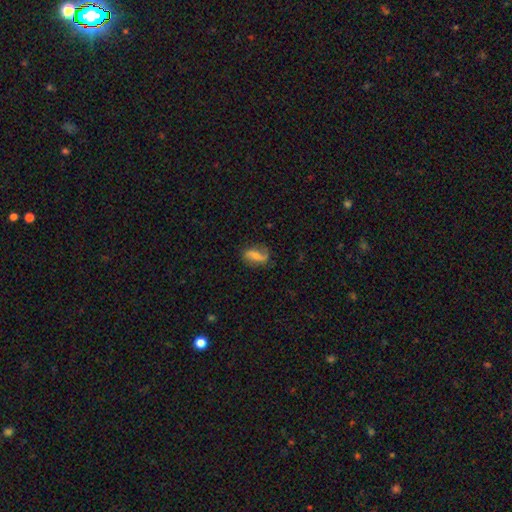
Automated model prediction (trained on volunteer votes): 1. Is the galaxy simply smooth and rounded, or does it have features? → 56% featured or disk, 35% smooth, 8% star or artifact.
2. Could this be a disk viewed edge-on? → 94% no, 6% yes.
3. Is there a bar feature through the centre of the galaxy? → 35% weak (tied), 35% no (tied), 30% strong.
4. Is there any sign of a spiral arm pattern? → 87% yes, 13% no.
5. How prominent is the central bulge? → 48% small, 33% moderate, 14% none, 4% large, 2% dominant.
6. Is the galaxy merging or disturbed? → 69% none, 20% minor disturbance, 9% major disturbance, 2% merger.